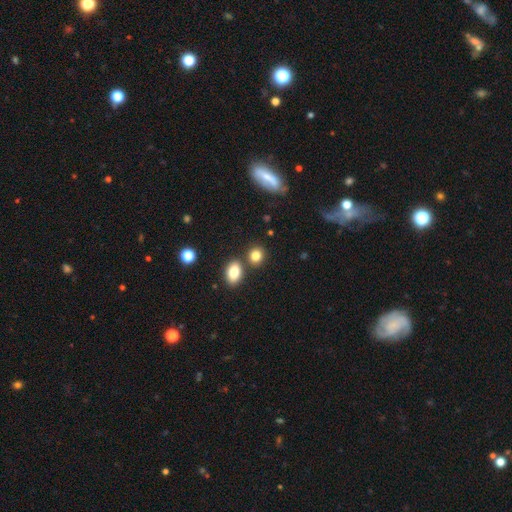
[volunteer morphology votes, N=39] Smooth or featured: smooth — 87% (star or artifact — 8%)
How rounded: round — 50% (tied with in between — 50%)
Merging: none — 64% (minor disturbance — 14%)